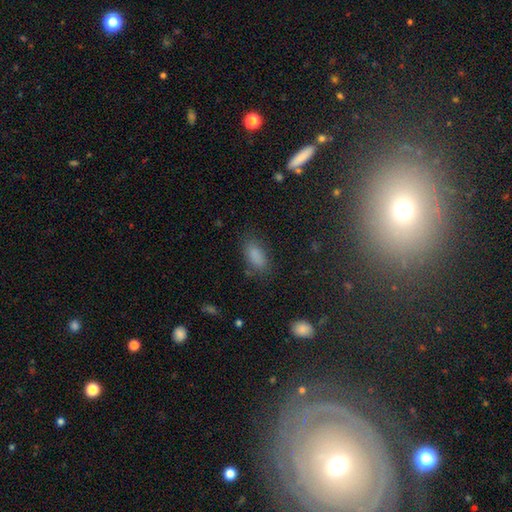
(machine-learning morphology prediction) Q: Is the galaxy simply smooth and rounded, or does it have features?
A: smooth — 84%.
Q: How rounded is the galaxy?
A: in between — 89%.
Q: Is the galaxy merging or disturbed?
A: none — 76%.